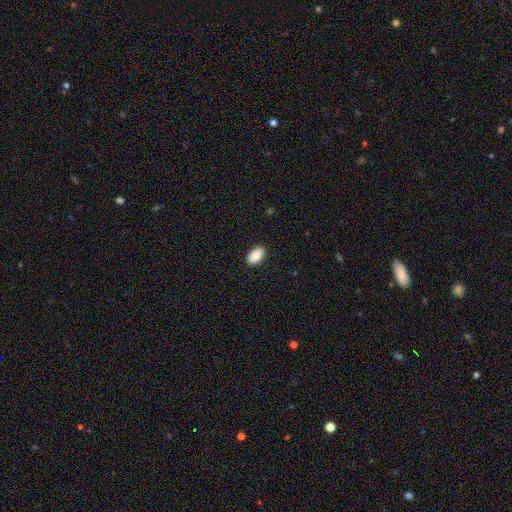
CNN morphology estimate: smooth_or_featured: smooth (p=0.88) [alt: star or artifact p=0.07]
how_rounded: in between (p=0.94) [alt: round p=0.04]
merging: none (p=0.89) [alt: minor disturbance p=0.09]